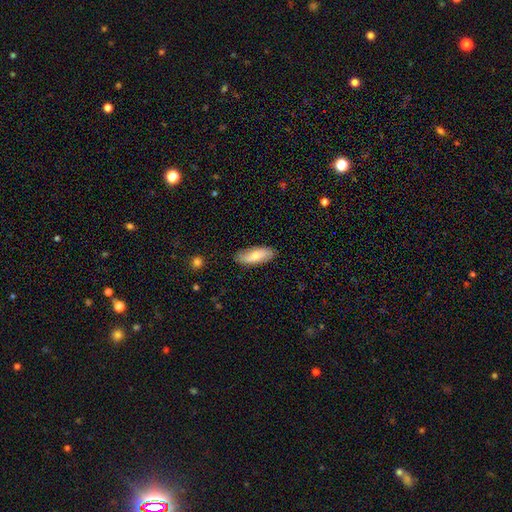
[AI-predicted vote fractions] A smooth galaxy with no disk features (69%) that is in between round and cigar-shaped (76%). Merging: none (84%).